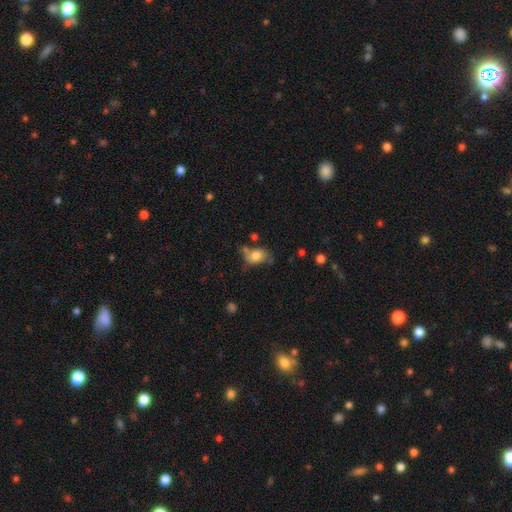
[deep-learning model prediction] Smooth or featured: smooth — 68% (featured or disk — 23%)
How rounded: in between — 78% (round — 20%)
Merging: none — 41% (minor disturbance — 27%)